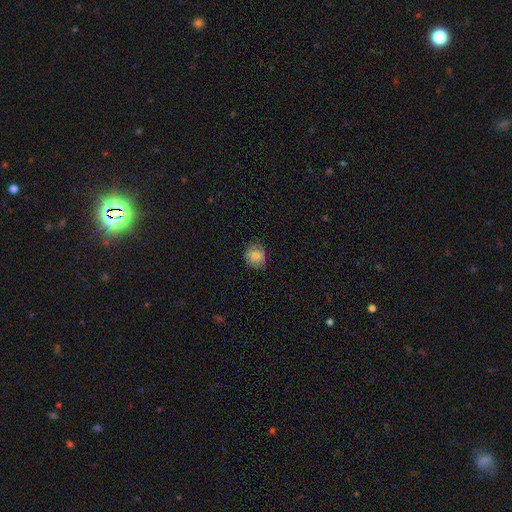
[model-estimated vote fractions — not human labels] This is likely a smooth galaxy (80%). How rounded: likely round (78%). Merging: clearly none (81%).